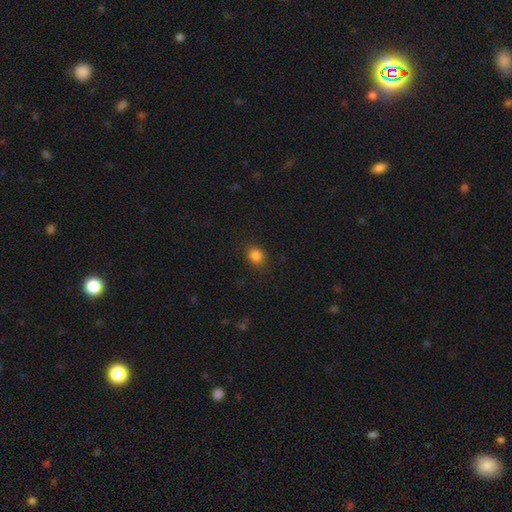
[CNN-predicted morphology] smooth 84%, star or artifact 12%, featured or disk 4%. Down the decision tree: how rounded — round (68%); merging — none (86%).